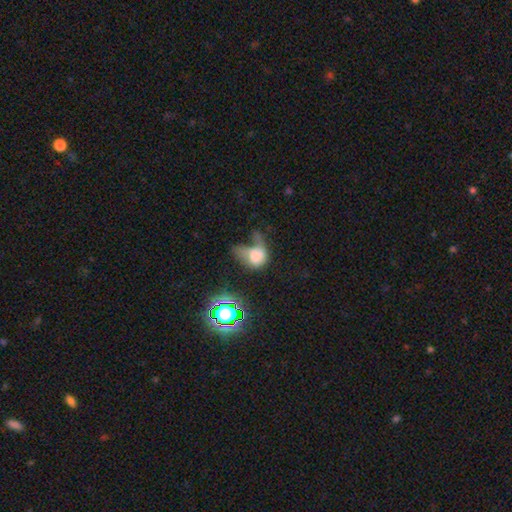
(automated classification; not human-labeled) This is possibly a smooth galaxy (59%). How rounded: likely in between (63%). Merging: possibly major disturbance (53%).